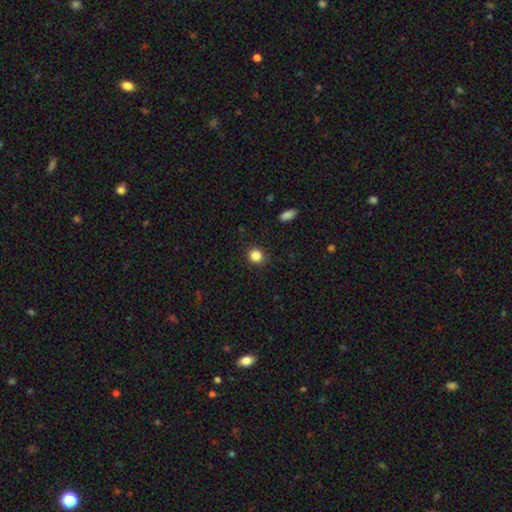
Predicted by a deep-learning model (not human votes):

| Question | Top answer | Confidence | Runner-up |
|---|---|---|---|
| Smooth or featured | smooth | 86% | star or artifact (11%) |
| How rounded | round | 88% | in between (12%) |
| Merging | none | 90% | minor disturbance (7%) |